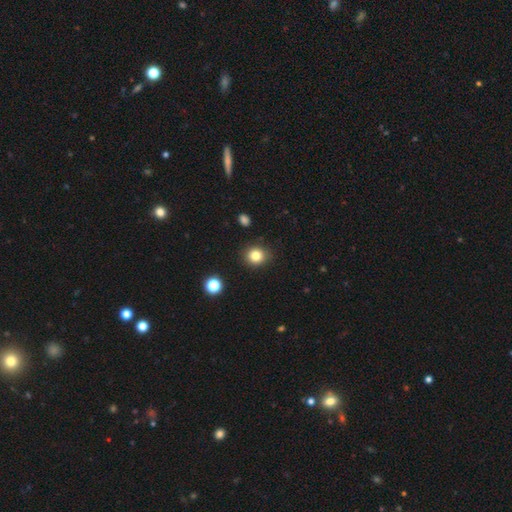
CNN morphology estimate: smooth 82%, star or artifact 12%, featured or disk 6%. Down the decision tree: how rounded — round (83%); merging — none (88%).